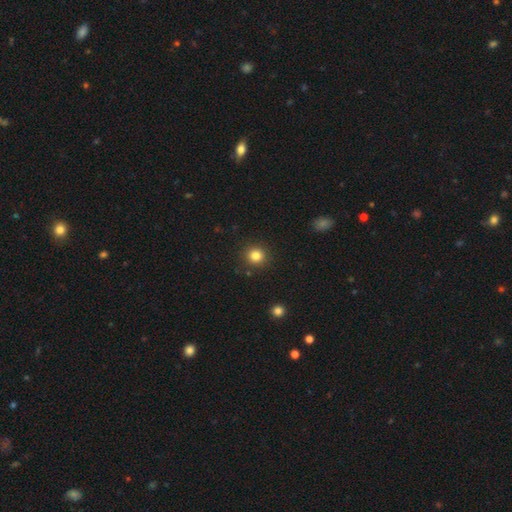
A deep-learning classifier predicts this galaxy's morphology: The model was most divided on "smooth or featured": smooth: 83%, star or artifact: 12%, featured or disk: 5%. More confident: how rounded — round (92%); merging — none (90%).